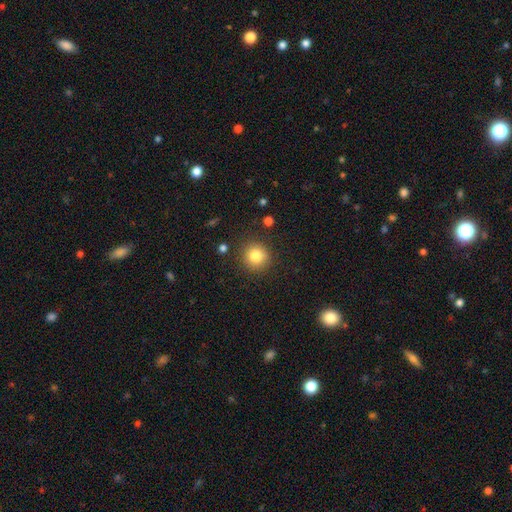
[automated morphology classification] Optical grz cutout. It shows a smooth galaxy with no disk features (82%) that is round (93%). Merging: none (88%).